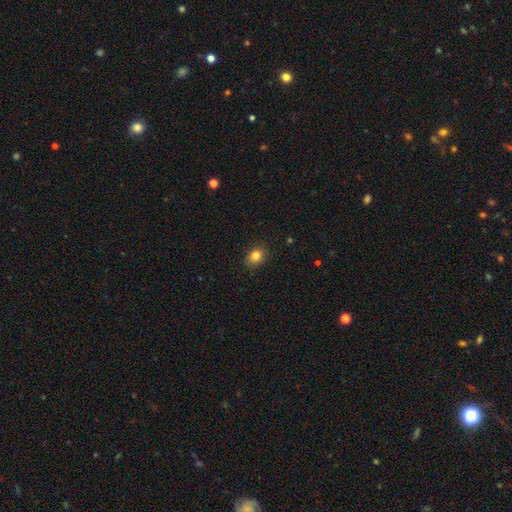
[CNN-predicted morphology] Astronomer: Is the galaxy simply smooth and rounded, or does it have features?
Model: smooth — 82%.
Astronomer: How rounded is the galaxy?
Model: round — 50% (runner-up: in between, 49%).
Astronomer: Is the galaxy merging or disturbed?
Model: none — 87%.